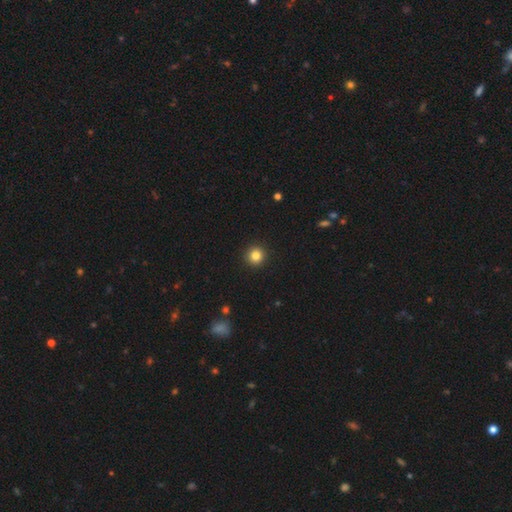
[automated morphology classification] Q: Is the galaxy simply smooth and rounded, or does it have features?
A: smooth — 84%.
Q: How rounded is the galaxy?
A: round — 95%.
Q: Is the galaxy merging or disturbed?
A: none — 93%.